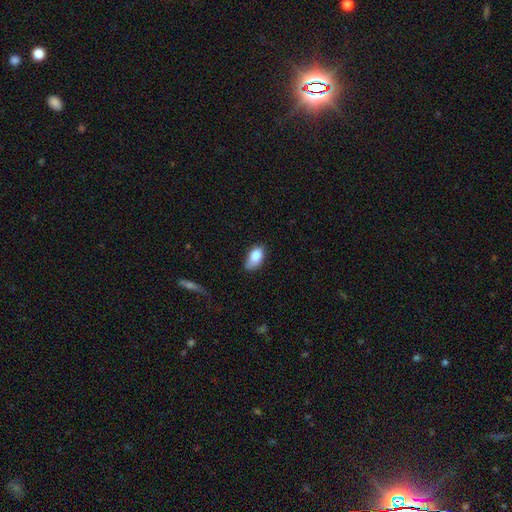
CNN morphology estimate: A smooth galaxy with no disk features (82%) that is in between round and cigar-shaped (92%). Merging: none (60%).